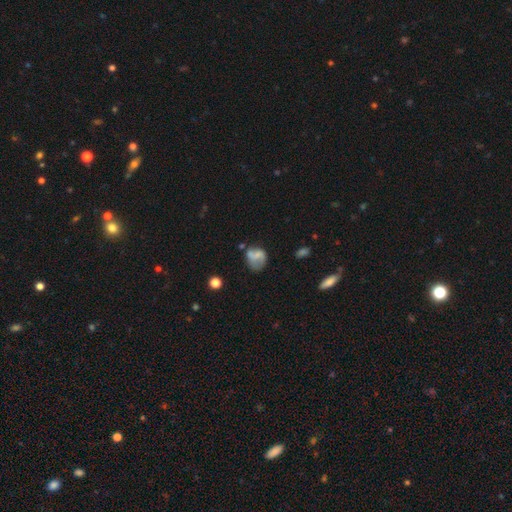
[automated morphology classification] Smooth or featured? Predicted: smooth (p=0.58). How rounded? Predicted: round (p=0.51). Merging? Predicted: none (p=0.36).